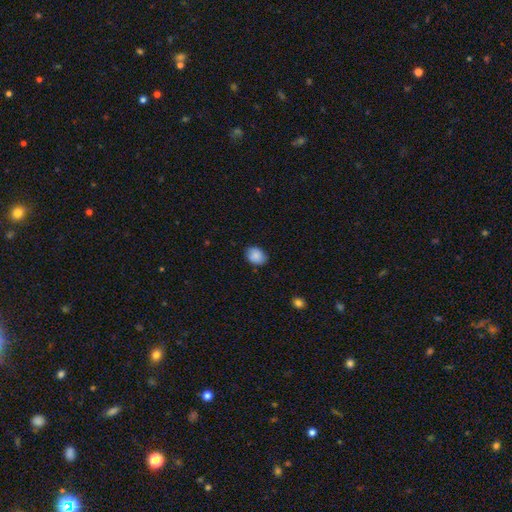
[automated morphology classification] A smooth galaxy with no disk features (86%) that is in between round and cigar-shaped (58%). Merging: none (80%).